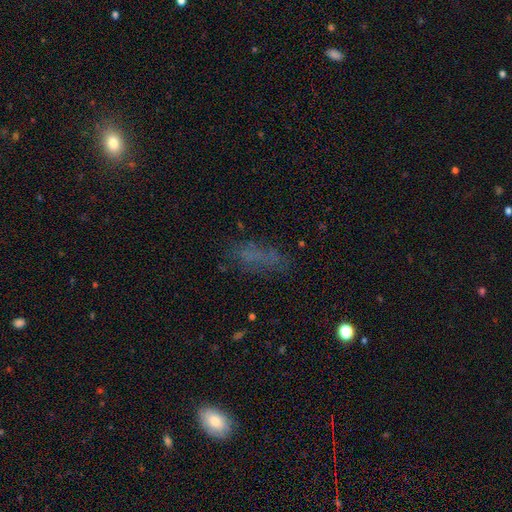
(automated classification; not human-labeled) smooth_or_featured: smooth (p=0.54) [alt: featured or disk p=0.23]
how_rounded: in between (p=0.61) [alt: cigar-shaped p=0.35]
merging: none (p=0.60) [alt: minor disturbance p=0.20]